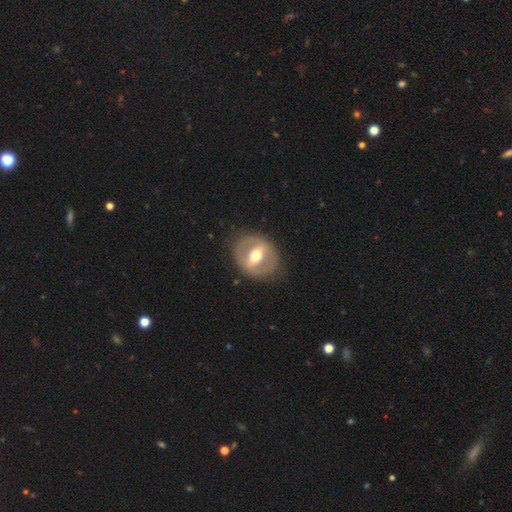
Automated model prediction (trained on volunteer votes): A featured or disk galaxy (66%) with a strong bar (60%), no spiral arms (78%) and a moderate central bulge (72%). Merging: none (83%).